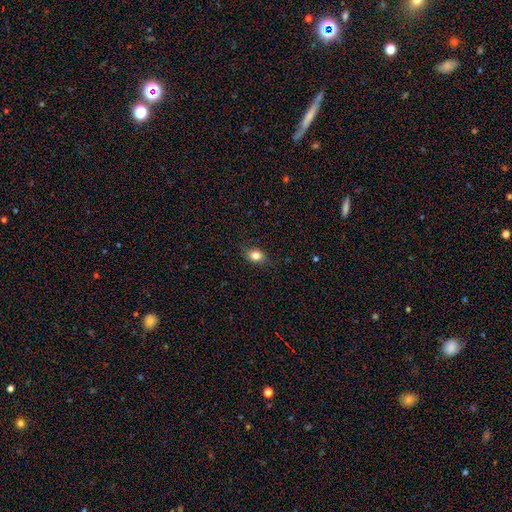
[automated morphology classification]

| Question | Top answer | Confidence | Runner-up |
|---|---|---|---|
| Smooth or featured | smooth | 83% | star or artifact (10%) |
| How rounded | in between | 60% | round (39%) |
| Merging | none | 82% | minor disturbance (14%) |